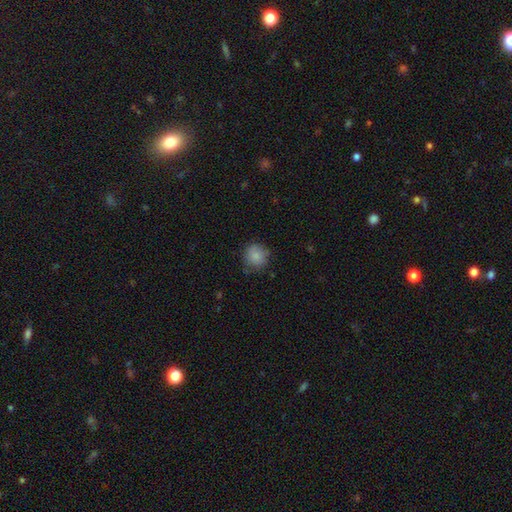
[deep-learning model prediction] Smooth or featured? Predicted: smooth (p=0.85). How rounded? Predicted: round (p=0.88). Merging? Predicted: none (p=0.75).